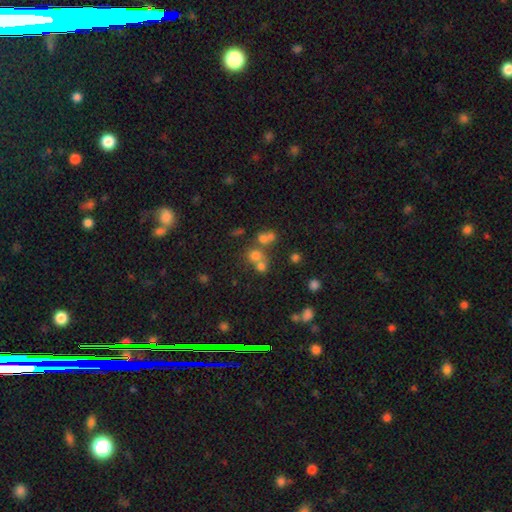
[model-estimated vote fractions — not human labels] smooth-or-featured: smooth: 65% | star or artifact: 20% | featured or disk: 15%
  how-rounded: round: 83% | in between: 16% | cigar-shaped: 1%
  merging: none: 45% | merger: 44% | minor disturbance: 7% | major disturbance: 4%